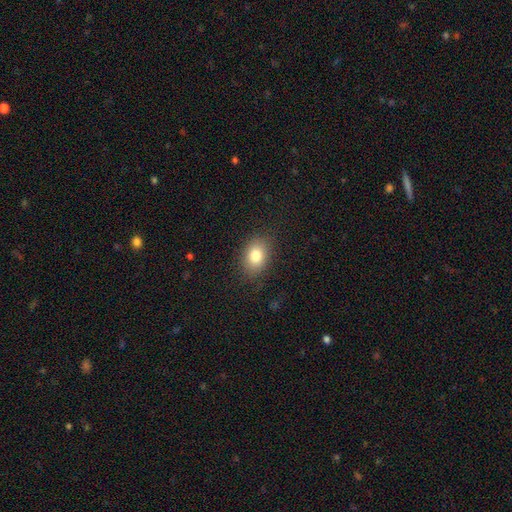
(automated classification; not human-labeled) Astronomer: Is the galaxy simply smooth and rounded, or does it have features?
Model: smooth — 81%.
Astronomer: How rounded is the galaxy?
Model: in between — 76%.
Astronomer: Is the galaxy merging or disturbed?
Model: none — 84%.